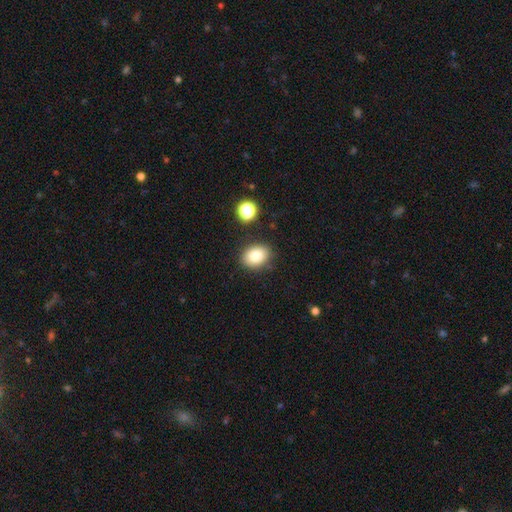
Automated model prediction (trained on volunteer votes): smooth-or-featured: smooth: 82% | star or artifact: 10% | featured or disk: 8%
  how-rounded: in between: 67% | round: 32% | cigar-shaped: 1%
  merging: none: 83% | minor disturbance: 11% | merger: 3% | major disturbance: 3%